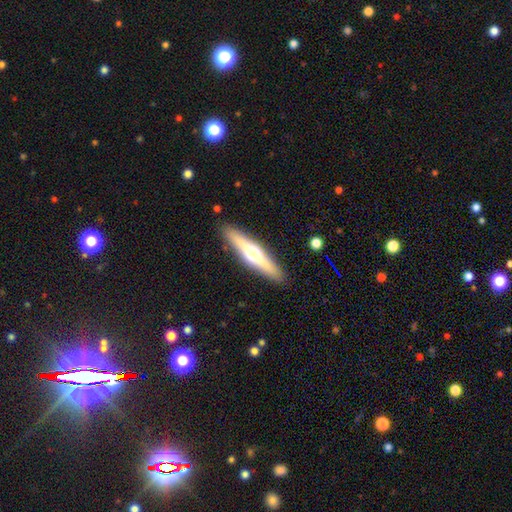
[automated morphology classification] type=featured or disk (55%); edge-on=yes (92%); edge-on bulge=rounded (89%); merging=none (90%).